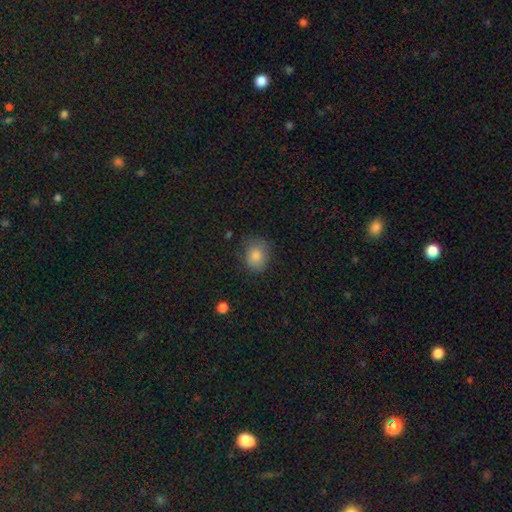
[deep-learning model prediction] Smooth or featured? smooth (82%)
How rounded? round (54%)
Merging? none (72%)